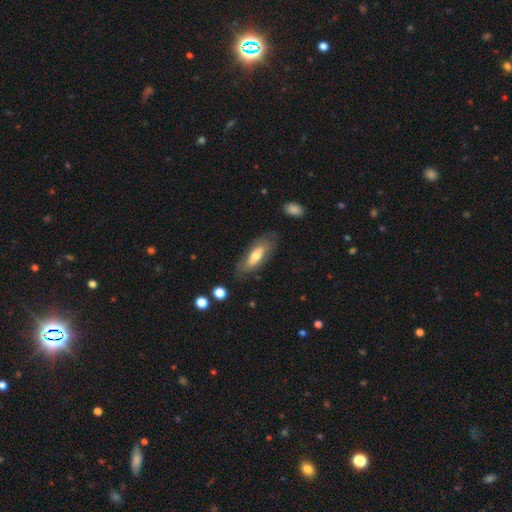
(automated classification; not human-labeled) Smooth or featured: smooth — 58% (featured or disk — 36%)
How rounded: in between — 68% (cigar-shaped — 30%)
Merging: none — 76% (minor disturbance — 16%)